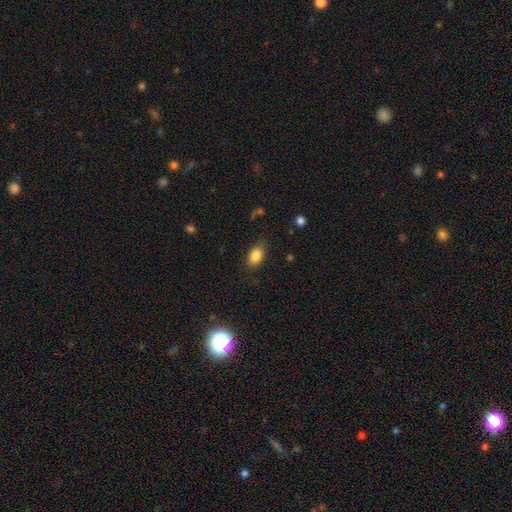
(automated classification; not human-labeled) Morphology: type=smooth (84%); roundness=in between (88%); merging=none (79%).